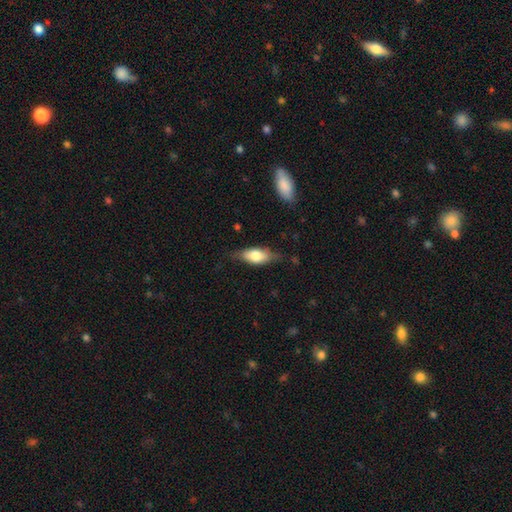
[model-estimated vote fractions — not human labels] smooth-or-featured: smooth: 69% | featured or disk: 25% | star or artifact: 6%
  how-rounded: in between: 82% | cigar-shaped: 15% | round: 3%
  merging: none: 66% | minor disturbance: 26% | major disturbance: 6% | merger: 2%